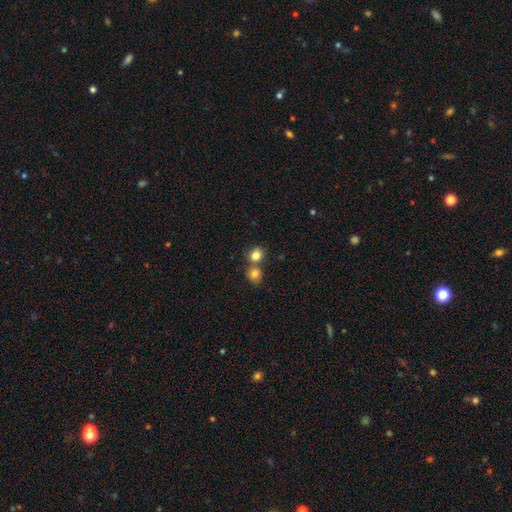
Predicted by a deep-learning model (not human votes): Overall: smooth (82%). How rounded: round (72%). Merging: none (50%; merger 40%).